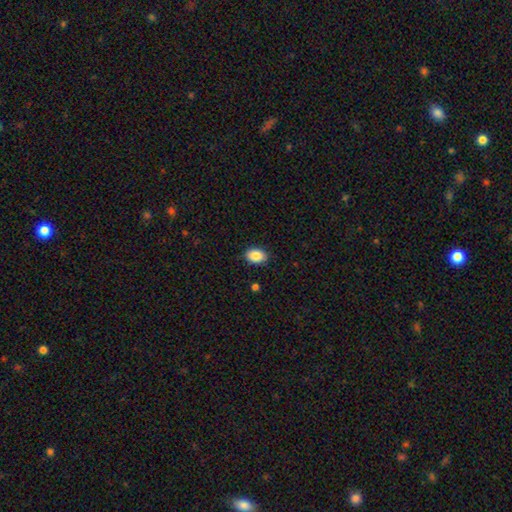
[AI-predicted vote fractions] This is clearly a smooth galaxy (88%). How rounded: likely in between (73%). Merging: clearly none (88%).